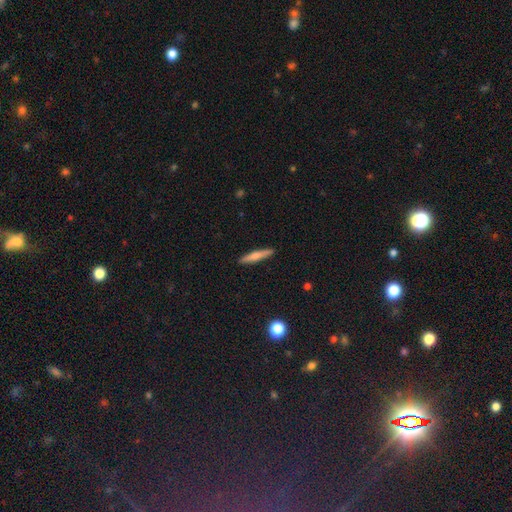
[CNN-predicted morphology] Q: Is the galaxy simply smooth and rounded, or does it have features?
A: smooth — 63%.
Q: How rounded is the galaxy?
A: cigar-shaped — 91%.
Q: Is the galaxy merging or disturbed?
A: none — 91%.